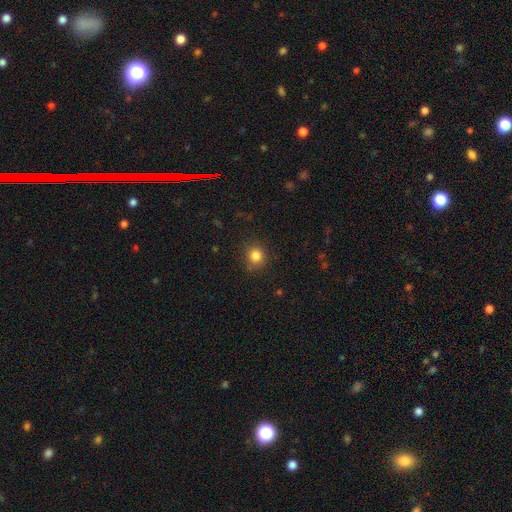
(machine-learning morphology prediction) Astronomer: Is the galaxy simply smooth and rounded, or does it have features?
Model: smooth — 83%.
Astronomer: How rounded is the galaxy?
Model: round — 86%.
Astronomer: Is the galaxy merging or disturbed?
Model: none — 85%.